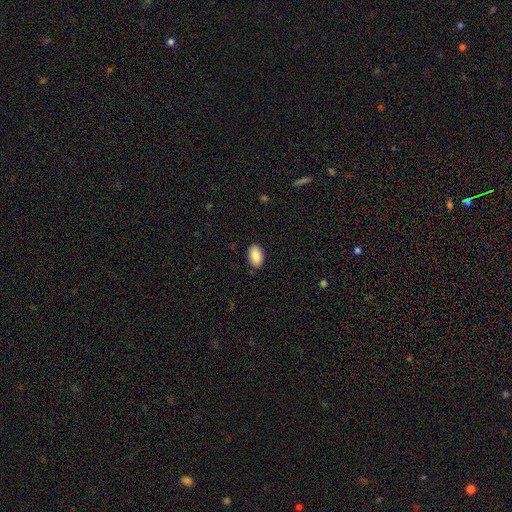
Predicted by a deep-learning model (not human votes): A smooth galaxy with no disk features (89%) that is in between round and cigar-shaped (93%).

Vote fractions:
- Smooth or featured? smooth: 89% / star or artifact: 7% / featured or disk: 4%
- How rounded? in between: 93% / round: 6% / cigar-shaped: 1%
- Merging? none: 88% / minor disturbance: 9% / major disturbance: 2% / merger: 1%